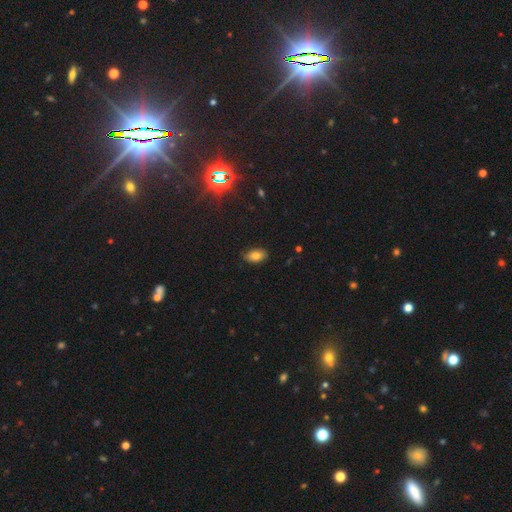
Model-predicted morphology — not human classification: A smooth galaxy with no disk features (80%) that is in between round and cigar-shaped (92%).

Vote fractions:
- Smooth or featured? smooth: 80% / star or artifact: 11% / featured or disk: 9%
- How rounded? in between: 92% / round: 5% / cigar-shaped: 2%
- Merging? none: 86% / minor disturbance: 11% / major disturbance: 2% / merger: 1%